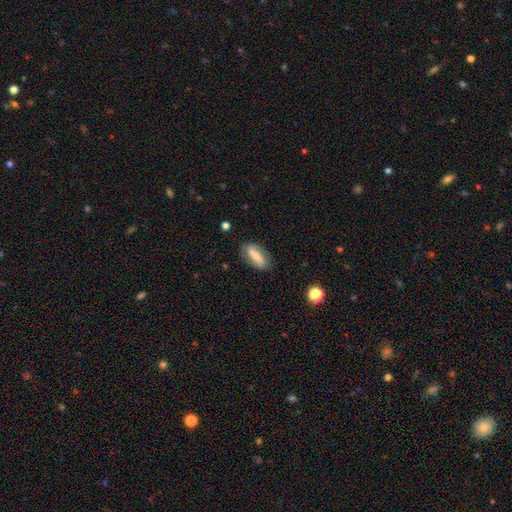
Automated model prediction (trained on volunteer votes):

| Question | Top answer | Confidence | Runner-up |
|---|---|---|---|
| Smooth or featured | smooth | 50% | featured or disk (42%) |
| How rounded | in between | 69% | cigar-shaped (27%) |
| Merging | none | 81% | minor disturbance (13%) |